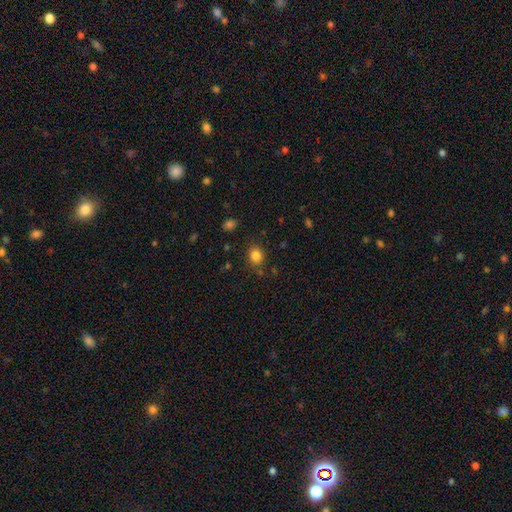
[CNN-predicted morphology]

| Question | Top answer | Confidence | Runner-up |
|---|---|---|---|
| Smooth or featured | smooth | 83% | star or artifact (12%) |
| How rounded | round | 66% | in between (33%) |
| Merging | none | 84% | minor disturbance (10%) |